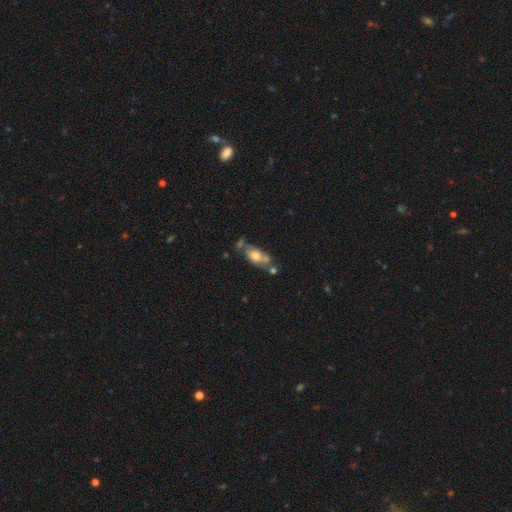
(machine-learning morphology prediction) A smooth galaxy with no disk features (58%) that is in between round and cigar-shaped (83%).

Vote fractions:
- Smooth or featured? smooth: 58% / featured or disk: 34% / star or artifact: 8%
- How rounded? in between: 83% / cigar-shaped: 11% / round: 6%
- Merging? none: 40% / merger: 30% / minor disturbance: 21% / major disturbance: 9%